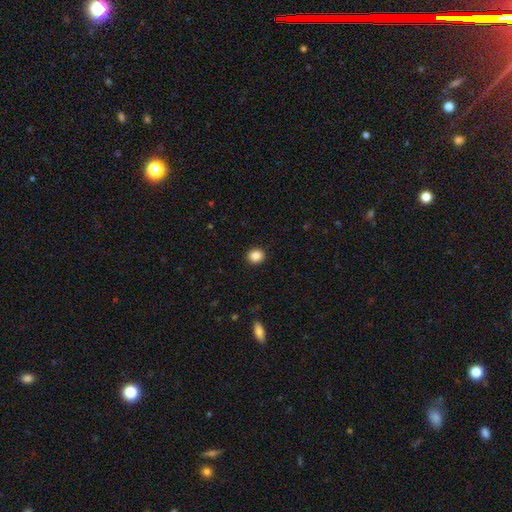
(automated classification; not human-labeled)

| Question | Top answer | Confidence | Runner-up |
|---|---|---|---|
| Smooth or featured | smooth | 87% | star or artifact (10%) |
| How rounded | round | 79% | in between (20%) |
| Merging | none | 92% | minor disturbance (5%) |